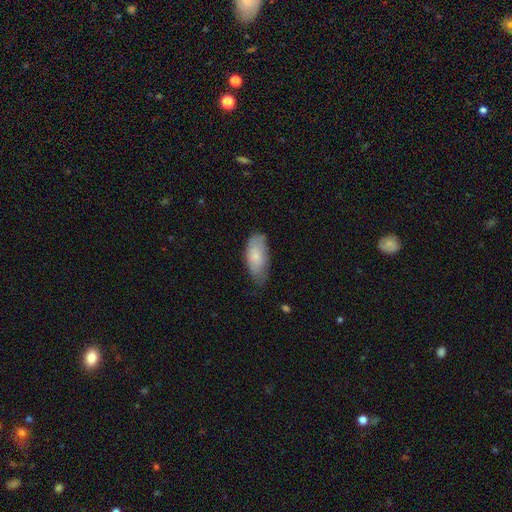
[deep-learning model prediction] smooth 73%, featured or disk 21%, star or artifact 6%. Down the decision tree: how rounded — in between (89%); merging — none (56%).